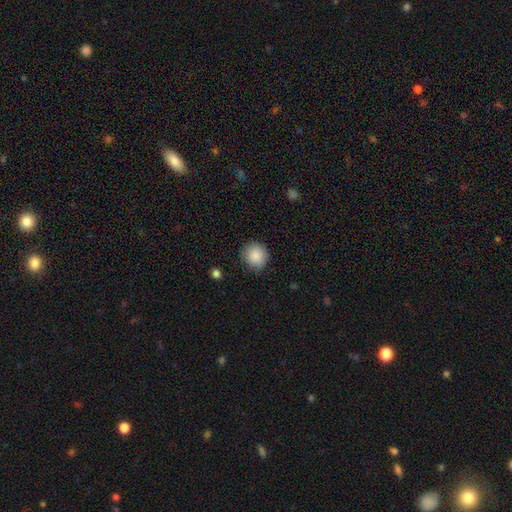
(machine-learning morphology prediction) smooth-or-featured: smooth: 88% | star or artifact: 8% | featured or disk: 4%
  how-rounded: round: 90% | in between: 9% | cigar-shaped: 1%
  merging: none: 85% | minor disturbance: 11% | major disturbance: 3% | merger: 1%